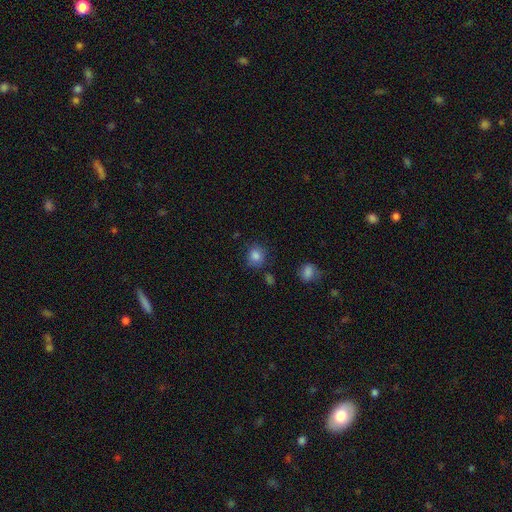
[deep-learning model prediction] smooth_or_featured: smooth (p=0.84) [alt: star or artifact p=0.11]
how_rounded: round (p=0.79) [alt: in between p=0.20]
merging: none (p=0.79) [alt: minor disturbance p=0.14]